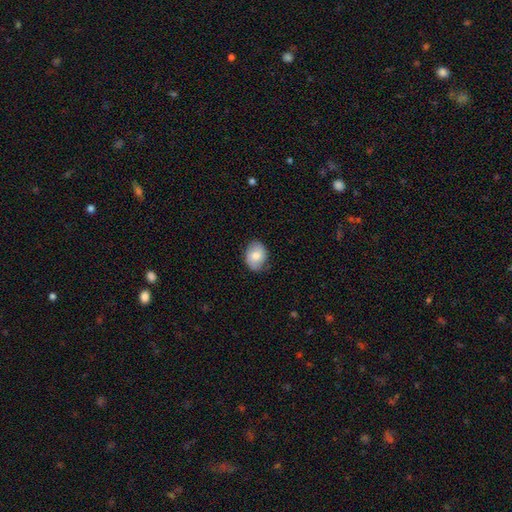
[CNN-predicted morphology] smooth_or_featured: smooth (p=0.74) [alt: featured or disk p=0.18]
how_rounded: in between (p=0.65) [alt: round p=0.34]
merging: none (p=0.75) [alt: minor disturbance p=0.20]